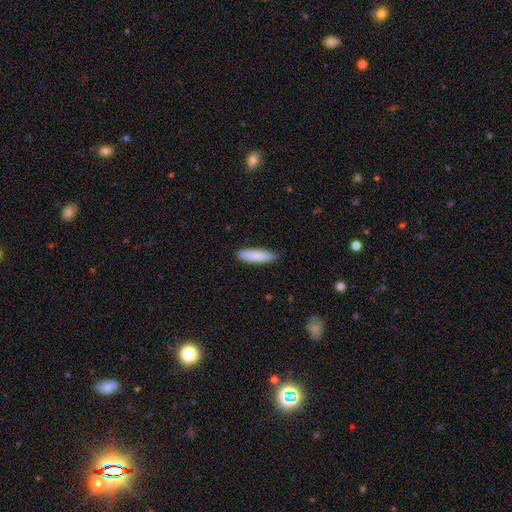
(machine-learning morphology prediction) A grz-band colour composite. It shows a smooth galaxy with no disk features (87%) that is cigar-shaped (62%). Merging: none (87%).